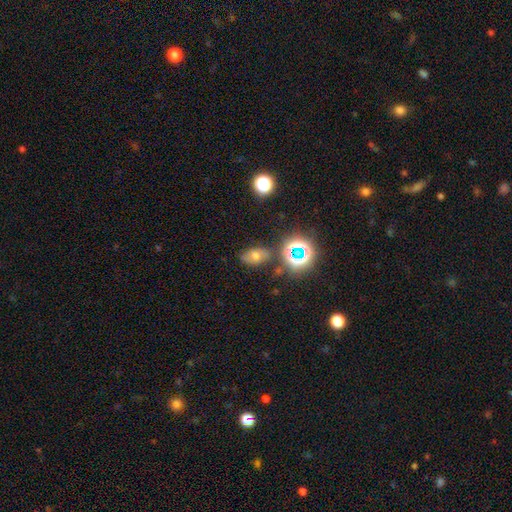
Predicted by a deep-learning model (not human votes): smooth-or-featured: smooth: 51% | star or artifact: 29% | featured or disk: 20%
  how-rounded: in between: 79% | round: 18% | cigar-shaped: 2%
  merging: none: 75% | minor disturbance: 16% | major disturbance: 5% | merger: 5%